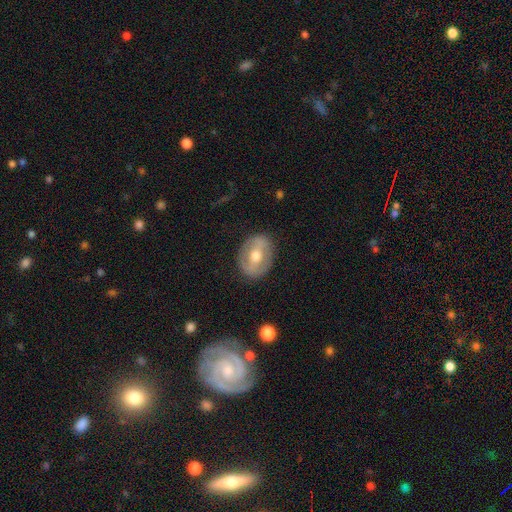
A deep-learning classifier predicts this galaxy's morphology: type=featured or disk (56%); edge-on=no (92%); bar=weak (35%); spiral arms=no (68%); bulge=moderate (75%); merging=none (83%).